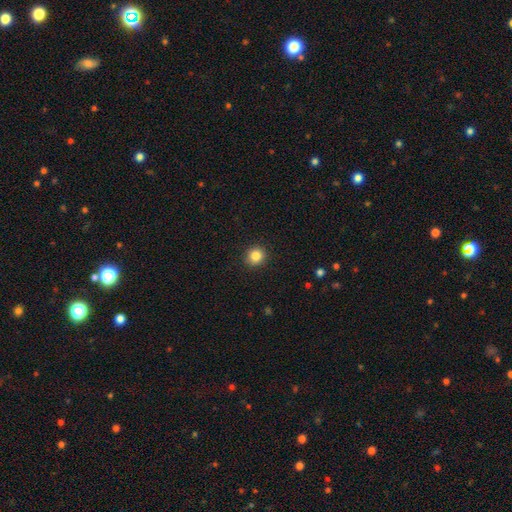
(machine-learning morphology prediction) Q: Smooth or featured?
A: smooth (84%); runner-up: star or artifact (10%)
Q: How rounded?
A: round (88%); runner-up: in between (11%)
Q: Merging?
A: none (91%); runner-up: minor disturbance (6%)